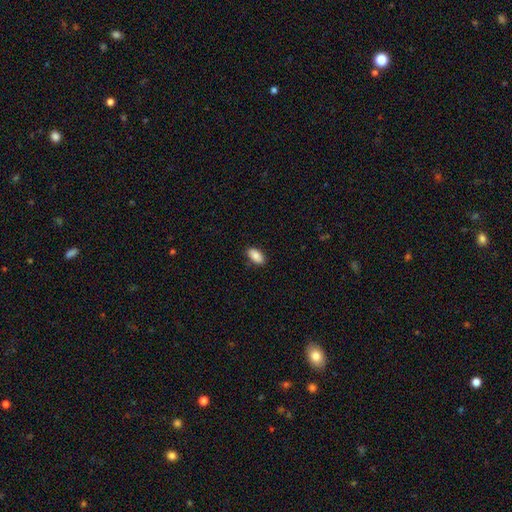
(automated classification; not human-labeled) The model was most divided on "merging": none: 87%, minor disturbance: 10%, major disturbance: 2%, merger: 1%. More confident: how rounded — in between (92%); smooth or featured — smooth (88%).